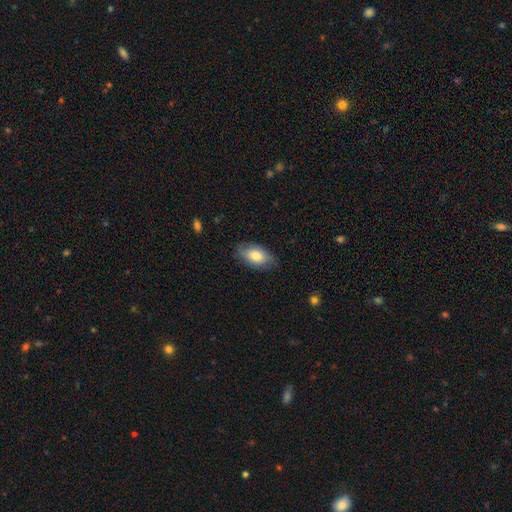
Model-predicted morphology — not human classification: This appears to be a smooth galaxy with no disk features (75%) that is in between round and cigar-shaped (92%). Merging: none (80%).